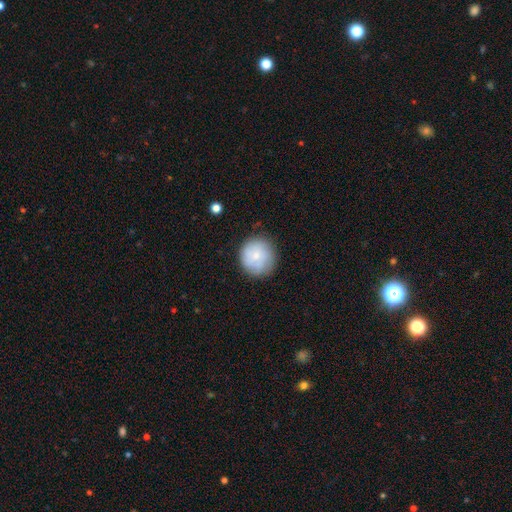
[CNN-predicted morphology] The model was most divided on "smooth or featured": smooth: 75%, featured or disk: 17%, star or artifact: 7%. More confident: how rounded — round (93%); merging — none (80%).